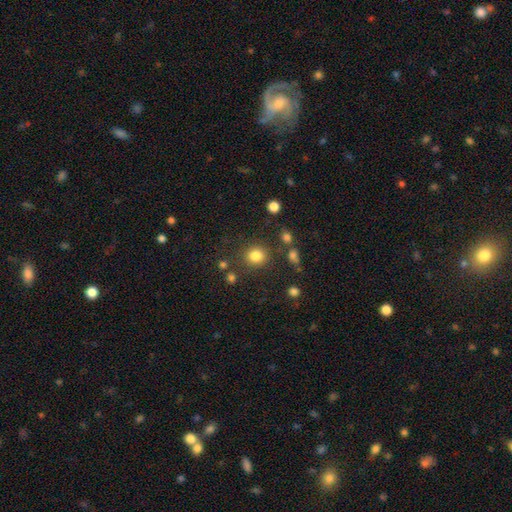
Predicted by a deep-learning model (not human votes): smooth-or-featured: smooth: 82% | star or artifact: 12% | featured or disk: 6%
  how-rounded: round: 85% | in between: 14% | cigar-shaped: 1%
  merging: none: 81% | minor disturbance: 9% | merger: 5% | major disturbance: 4%